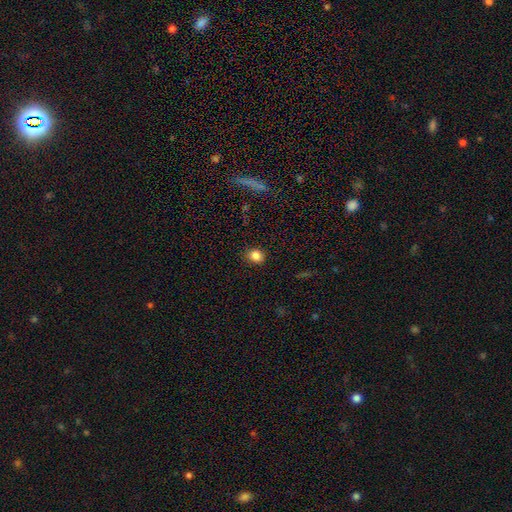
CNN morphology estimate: The model was most divided on "how rounded": round: 61%, in between: 38%, cigar-shaped: 1%. More confident: merging — none (88%); smooth or featured — smooth (84%).